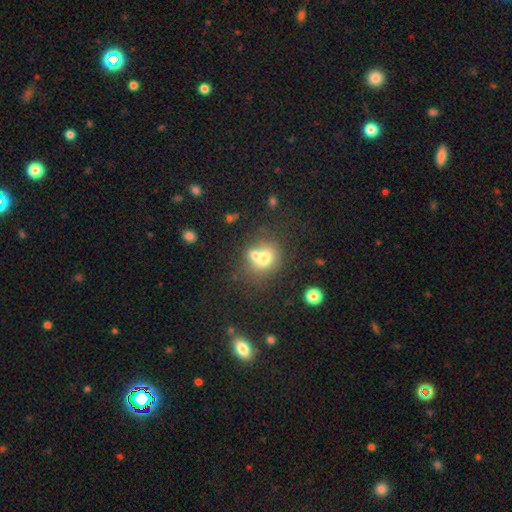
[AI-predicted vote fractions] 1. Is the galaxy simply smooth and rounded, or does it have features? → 66% smooth, 21% featured or disk, 13% star or artifact.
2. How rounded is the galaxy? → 68% round, 31% in between, 1% cigar-shaped.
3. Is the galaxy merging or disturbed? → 50% merger, 35% none, 10% minor disturbance, 5% major disturbance.